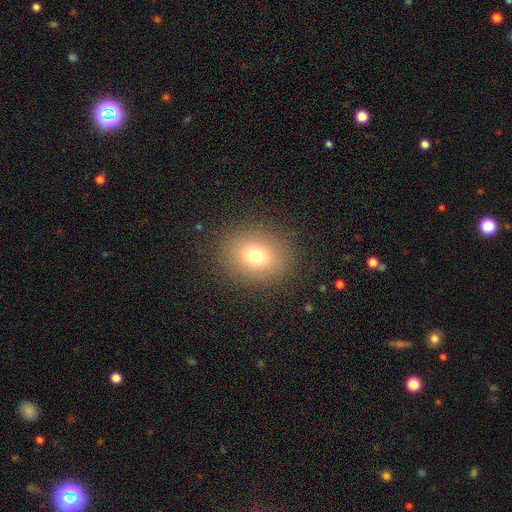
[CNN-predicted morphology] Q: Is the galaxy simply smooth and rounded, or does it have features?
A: smooth — 75%.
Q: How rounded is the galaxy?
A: round — 64%.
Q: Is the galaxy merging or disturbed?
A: none — 88%.